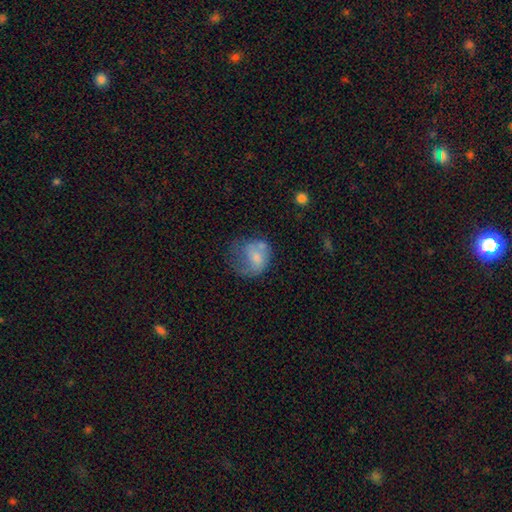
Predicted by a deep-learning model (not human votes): The model was most divided on "merging": major disturbance: 39%, none: 28%, minor disturbance: 25%, merger: 8%. More confident: how rounded — round (58%); smooth or featured — smooth (57%).